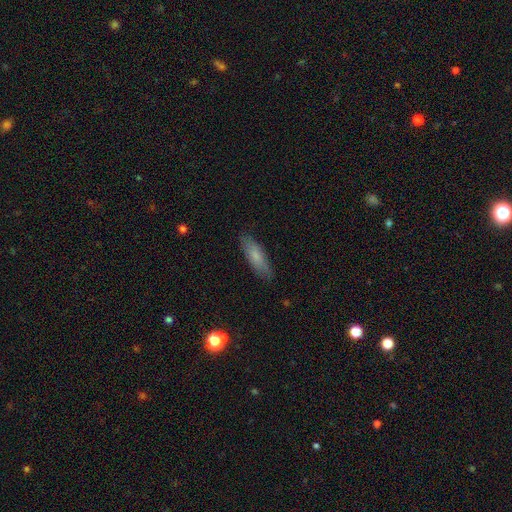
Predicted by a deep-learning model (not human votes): smooth 78%, featured or disk 16%, star or artifact 6%. Down the decision tree: how rounded — in between (49%, tied with cigar-shaped); merging — none (85%).